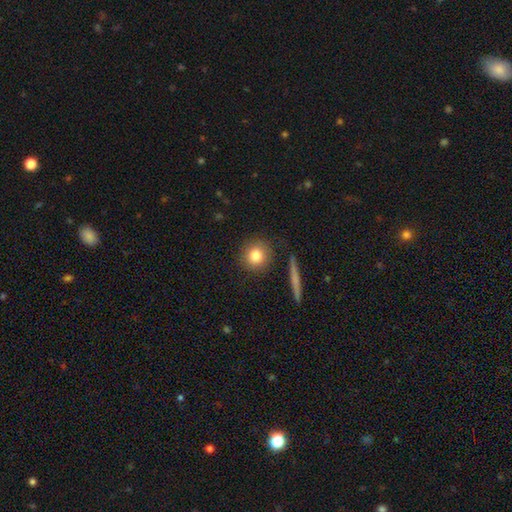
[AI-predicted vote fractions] Smooth or featured? Predicted: smooth (p=0.82). How rounded? Predicted: round (p=0.89). Merging? Predicted: none (p=0.86).